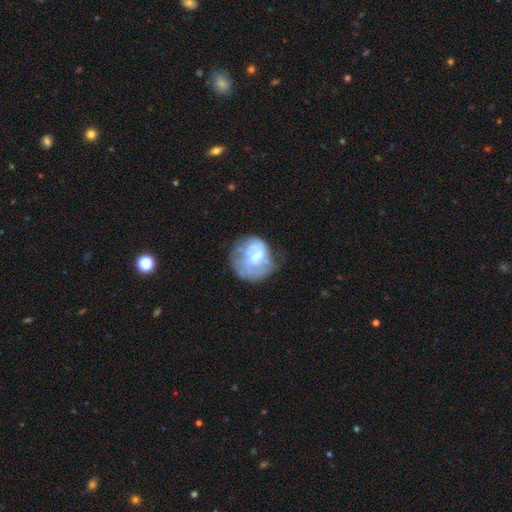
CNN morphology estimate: Overall: featured or disk (58%; smooth 34%). Edge-on disk: no (98%). Bar: no (48%; weak 43%). Spiral arms: yes (52%; no 48%). Bulge size: moderate (43%; small 39%). Merging: none (41%; minor disturbance 27%).